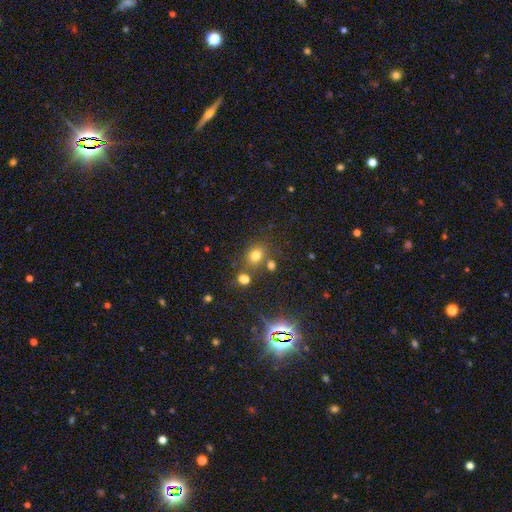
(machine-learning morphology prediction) Smooth or featured? Predicted: smooth (p=0.70). How rounded? Predicted: in between (p=0.52). Merging? Predicted: none (p=0.66).